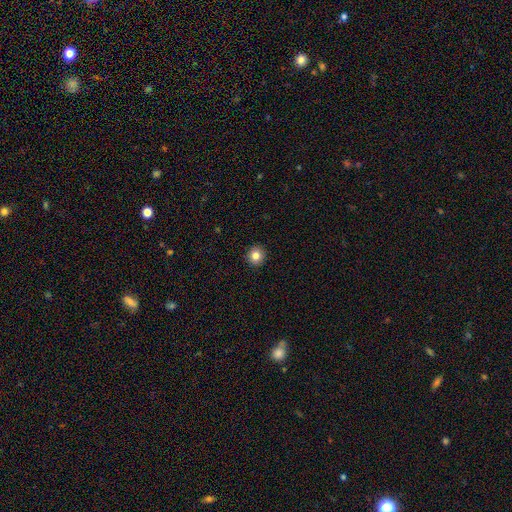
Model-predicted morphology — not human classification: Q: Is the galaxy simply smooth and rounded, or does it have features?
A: smooth — 84%.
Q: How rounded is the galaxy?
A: round — 93%.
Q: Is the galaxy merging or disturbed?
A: none — 93%.